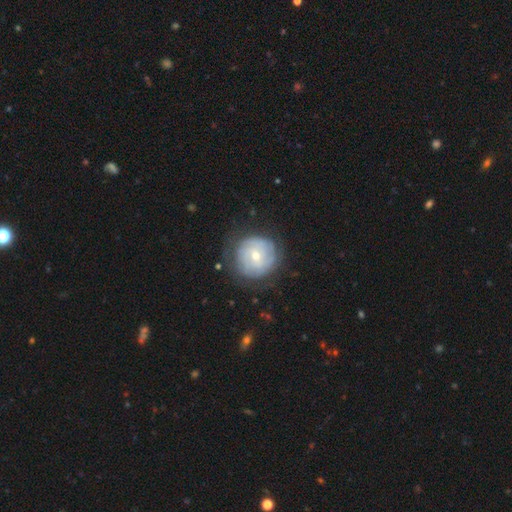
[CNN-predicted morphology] Smooth or featured? featured or disk (64%)
Edge-on disk? no (97%)
Bar? no (64%)
Spiral arms? yes (80%)
Bulge size? small (58%)
Merging? none (73%)